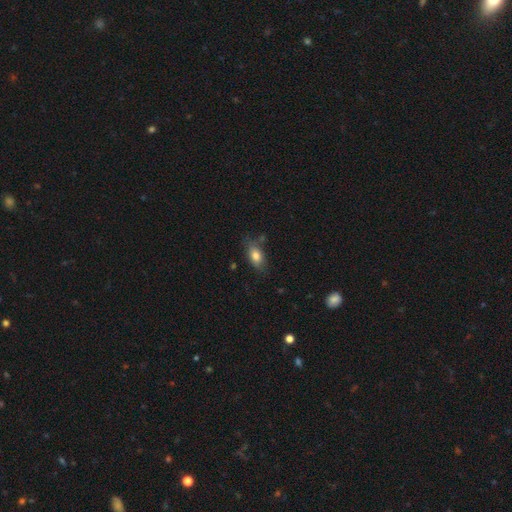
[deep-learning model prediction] This is clearly a smooth galaxy (80%). How rounded: clearly in between (86%). Merging: likely none (70%).